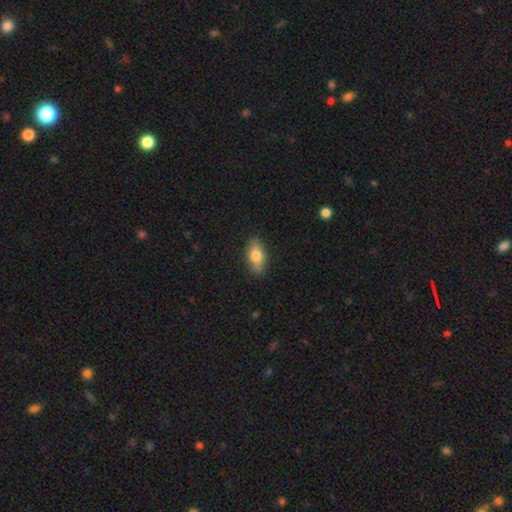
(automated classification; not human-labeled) Morphology: type=smooth (73%); roundness=in between (83%); merging=none (86%).